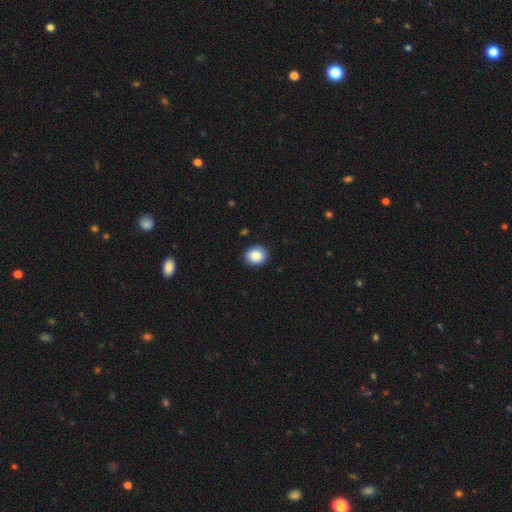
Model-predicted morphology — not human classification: A smooth galaxy with no disk features (87%) that is round (72%).

Vote fractions:
- Smooth or featured? smooth: 87% / star or artifact: 8% / featured or disk: 5%
- How rounded? round: 72% / in between: 27% / cigar-shaped: 1%
- Merging? none: 89% / minor disturbance: 8% / major disturbance: 2% / merger: 1%